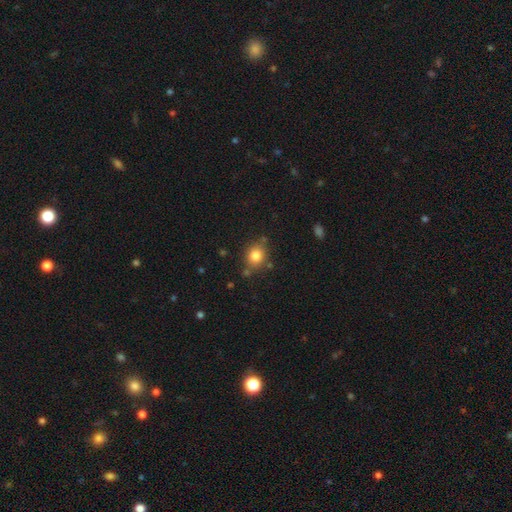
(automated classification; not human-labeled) smooth_or_featured: smooth (p=0.81) [alt: star or artifact p=0.11]
how_rounded: round (p=0.67) [alt: in between p=0.31]
merging: none (p=0.76) [alt: minor disturbance p=0.13]